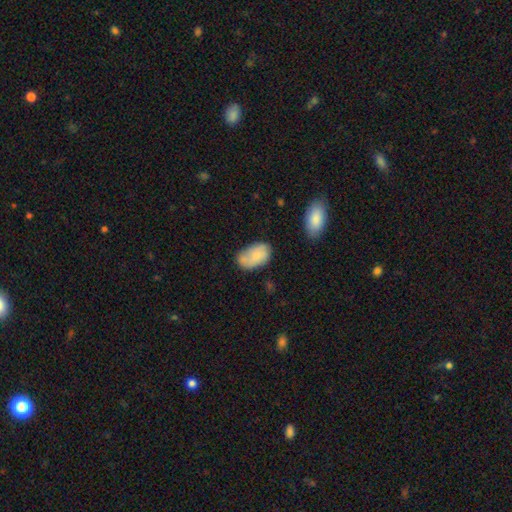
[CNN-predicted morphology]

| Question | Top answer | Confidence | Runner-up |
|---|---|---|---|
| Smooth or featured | smooth | 78% | featured or disk (15%) |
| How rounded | in between | 92% | round (7%) |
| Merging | none | 50% | minor disturbance (28%) |